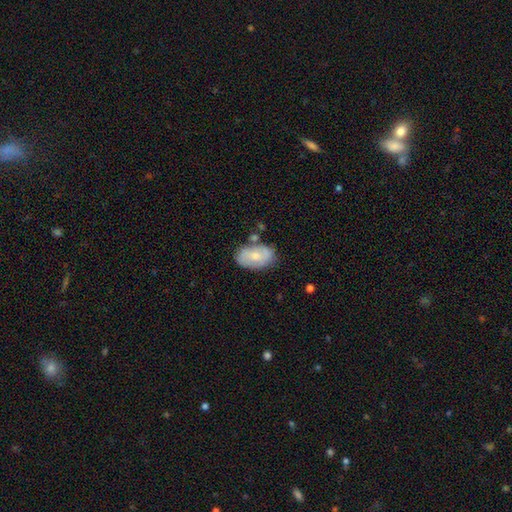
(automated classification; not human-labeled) Overall: smooth (60%; featured or disk 34%). How rounded: in between (90%). Merging: none (65%).